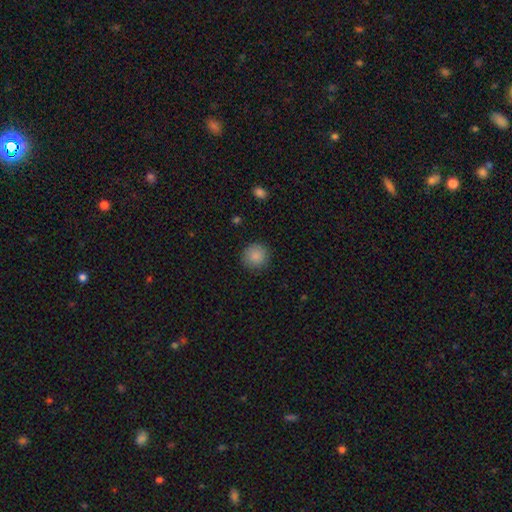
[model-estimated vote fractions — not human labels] Overall: smooth (87%). How rounded: round (93%). Merging: none (89%).